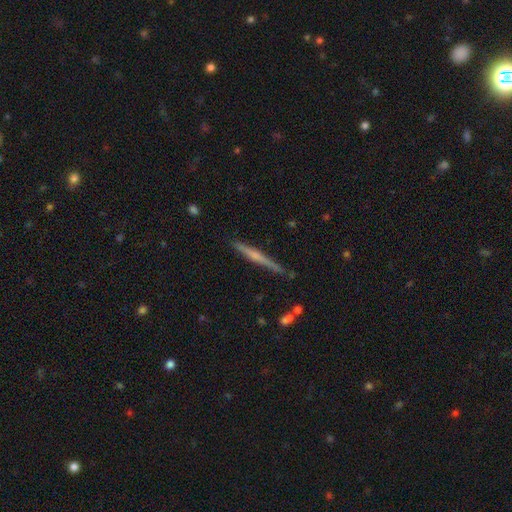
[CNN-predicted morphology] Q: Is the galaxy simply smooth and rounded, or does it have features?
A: featured or disk — 63%.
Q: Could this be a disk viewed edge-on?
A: yes — 98%.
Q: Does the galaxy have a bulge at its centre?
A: rounded — 55%.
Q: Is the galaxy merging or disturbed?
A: none — 86%.